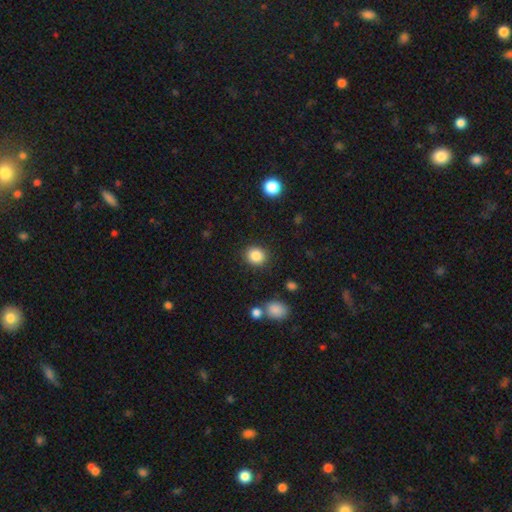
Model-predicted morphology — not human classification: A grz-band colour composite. It shows a smooth galaxy with no disk features (86%) that is round (74%). Merging: none (87%).